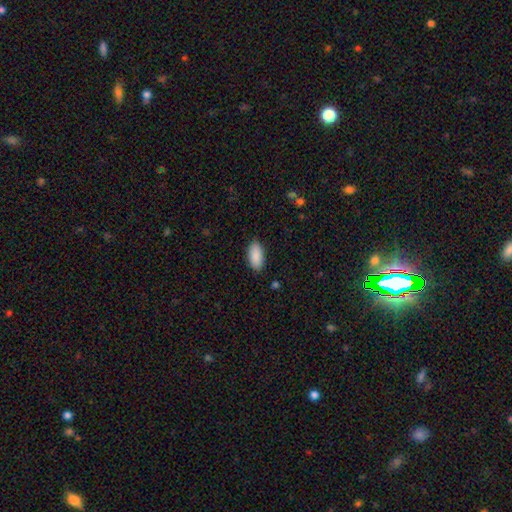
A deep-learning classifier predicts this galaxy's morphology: Q: Smooth or featured?
A: smooth (90%); runner-up: star or artifact (6%)
Q: How rounded?
A: in between (92%); runner-up: cigar-shaped (6%)
Q: Merging?
A: none (88%); runner-up: minor disturbance (9%)